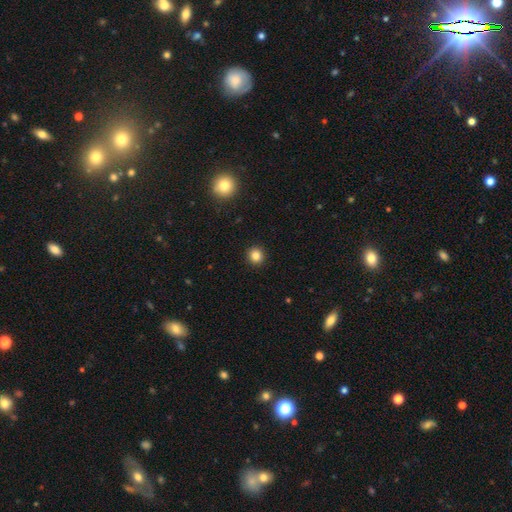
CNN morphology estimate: Smooth or featured?
  - smooth: 84% *
  - star or artifact: 11%
  - featured or disk: 5%
How rounded?
  - round: 91% *
  - in between: 8%
  - cigar-shaped: 1%
Merging?
  - none: 93% *
  - minor disturbance: 5%
  - major disturbance: 2%
  - merger: 1%